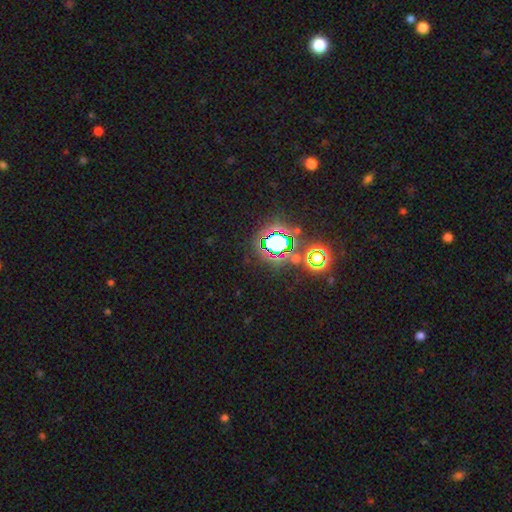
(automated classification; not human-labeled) star or artifact 81%, smooth 12%, featured or disk 7%.